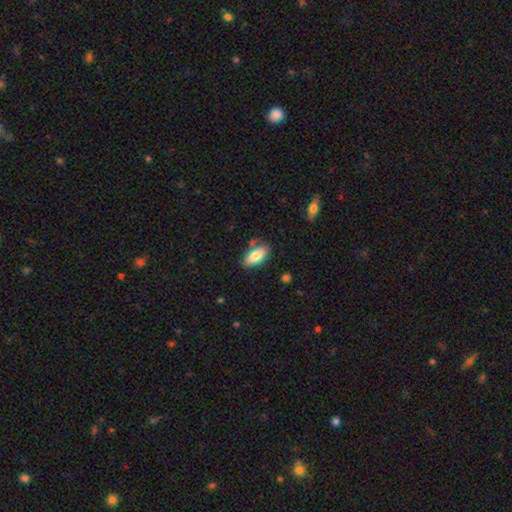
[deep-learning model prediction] Q: Smooth or featured?
A: smooth (79%); runner-up: featured or disk (15%)
Q: How rounded?
A: in between (86%); runner-up: cigar-shaped (11%)
Q: Merging?
A: none (78%); runner-up: minor disturbance (14%)